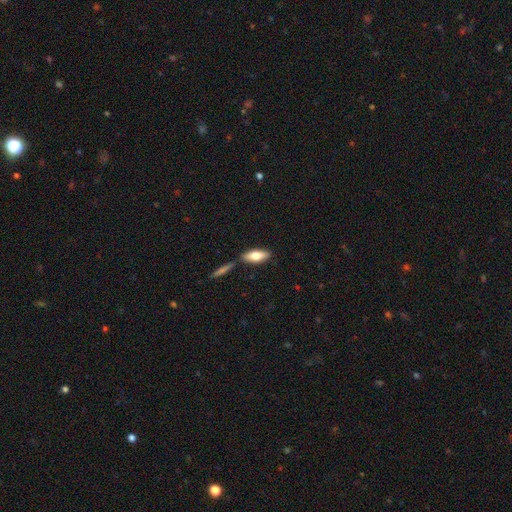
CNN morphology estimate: This is likely a smooth galaxy (73%). How rounded: likely in between (72%). Merging: likely none (75%).